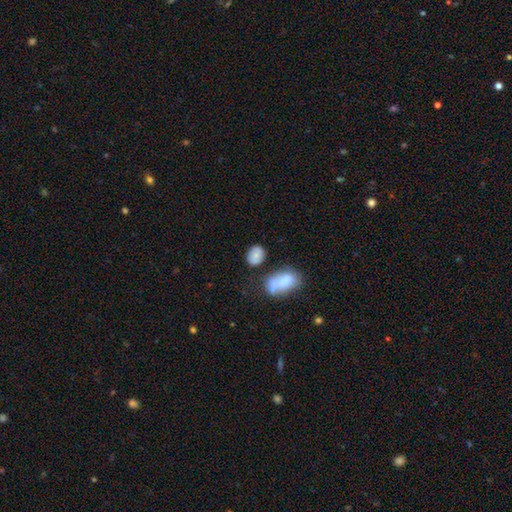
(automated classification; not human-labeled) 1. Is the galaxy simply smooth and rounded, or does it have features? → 77% smooth, 13% featured or disk, 9% star or artifact.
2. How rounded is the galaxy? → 71% in between, 27% round, 2% cigar-shaped.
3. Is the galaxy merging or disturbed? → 65% none, 19% minor disturbance, 10% merger, 6% major disturbance.